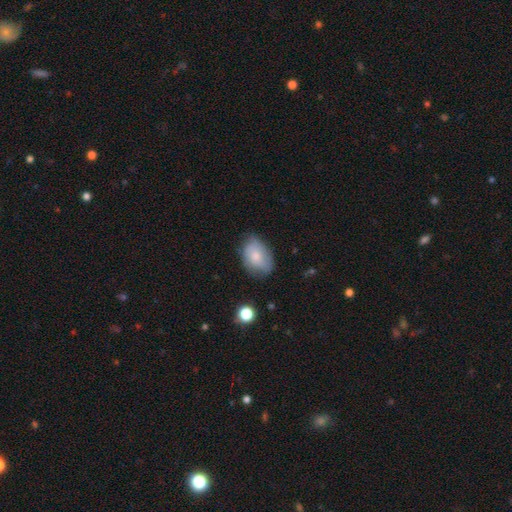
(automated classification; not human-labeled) Smooth or featured?
  - smooth: 70% *
  - featured or disk: 23%
  - star or artifact: 7%
How rounded?
  - in between: 84% *
  - round: 14%
  - cigar-shaped: 1%
Merging?
  - none: 64% *
  - minor disturbance: 28%
  - major disturbance: 6%
  - merger: 2%